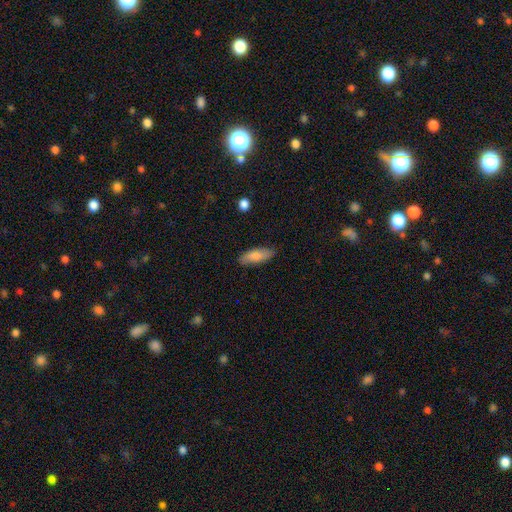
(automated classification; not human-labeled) Q: Smooth or featured?
A: smooth (80%); runner-up: featured or disk (14%)
Q: How rounded?
A: in between (69%); runner-up: cigar-shaped (29%)
Q: Merging?
A: none (84%); runner-up: minor disturbance (12%)